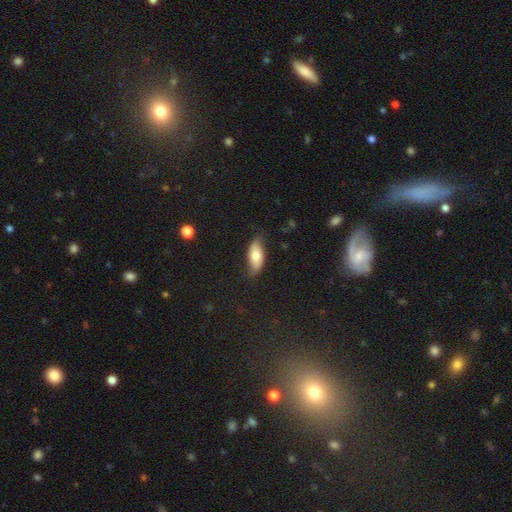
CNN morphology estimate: This is likely a smooth galaxy (64%). How rounded: clearly in between (83%). Merging: likely none (66%).